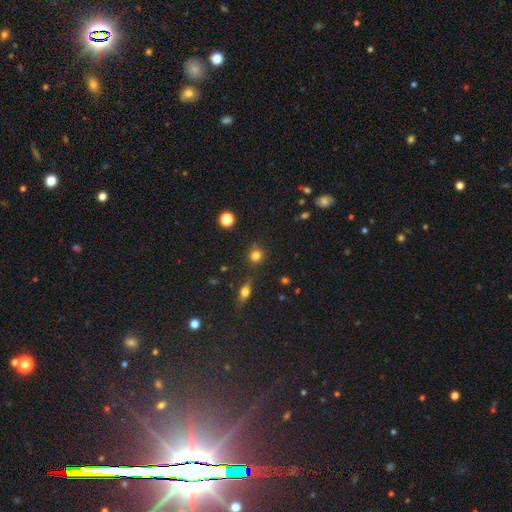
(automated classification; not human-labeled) Smooth or featured? smooth (80%)
How rounded? round (90%)
Merging? none (82%)